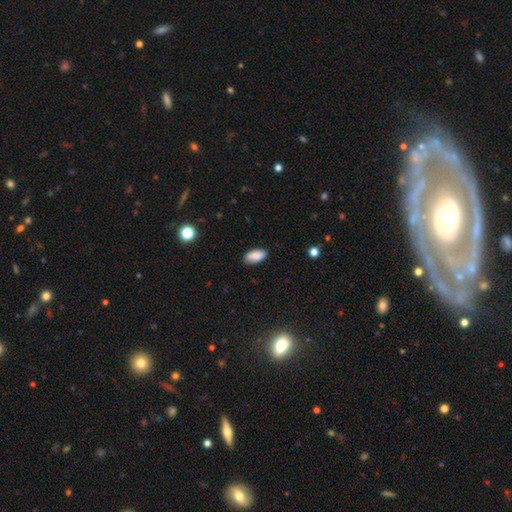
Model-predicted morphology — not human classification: The model was most divided on "merging": none: 85%, minor disturbance: 12%, major disturbance: 2%, merger: 1%. More confident: how rounded — in between (91%); smooth or featured — smooth (86%).